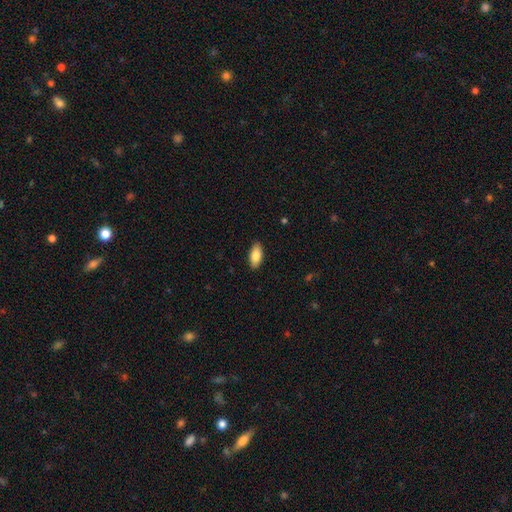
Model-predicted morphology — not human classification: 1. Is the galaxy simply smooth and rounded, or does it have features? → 83% smooth, 11% featured or disk, 6% star or artifact.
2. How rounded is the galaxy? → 89% in between, 8% cigar-shaped, 2% round.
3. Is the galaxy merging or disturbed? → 90% none, 8% minor disturbance, 2% major disturbance, 1% merger.